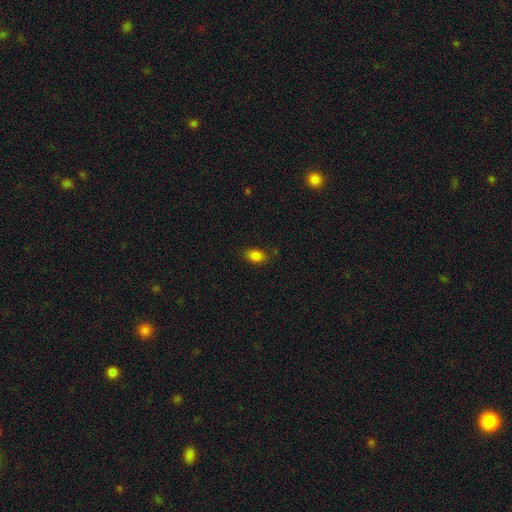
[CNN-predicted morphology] Q: Smooth or featured?
A: smooth (85%); runner-up: star or artifact (11%)
Q: How rounded?
A: in between (87%); runner-up: round (11%)
Q: Merging?
A: none (81%); runner-up: minor disturbance (14%)